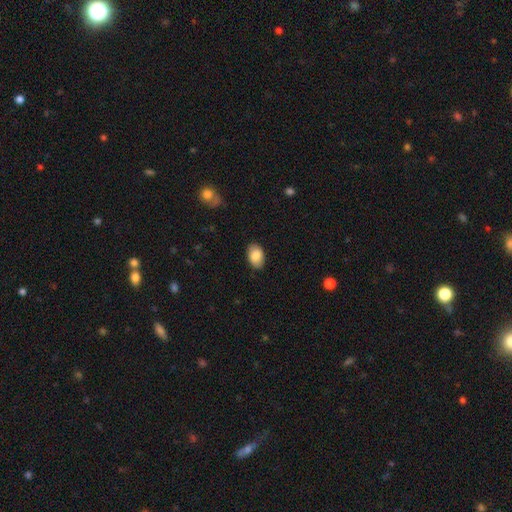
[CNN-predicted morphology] The model was most divided on "merging": none: 87%, minor disturbance: 10%, major disturbance: 2%, merger: 1%. More confident: how rounded — in between (90%); smooth or featured — smooth (86%).